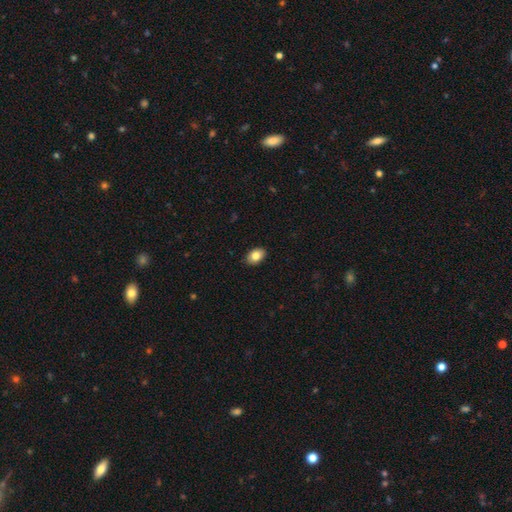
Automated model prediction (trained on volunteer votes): Smooth or featured: smooth — 83% (featured or disk — 9%)
How rounded: in between — 84% (round — 15%)
Merging: none — 89% (minor disturbance — 8%)